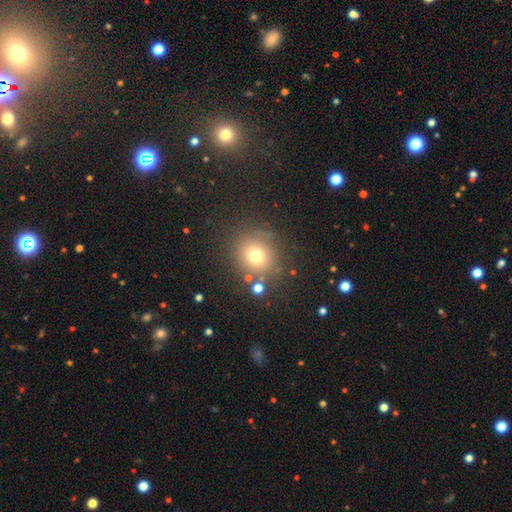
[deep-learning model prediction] This is likely a smooth galaxy (71%). How rounded: clearly round (86%). Merging: likely none (79%).